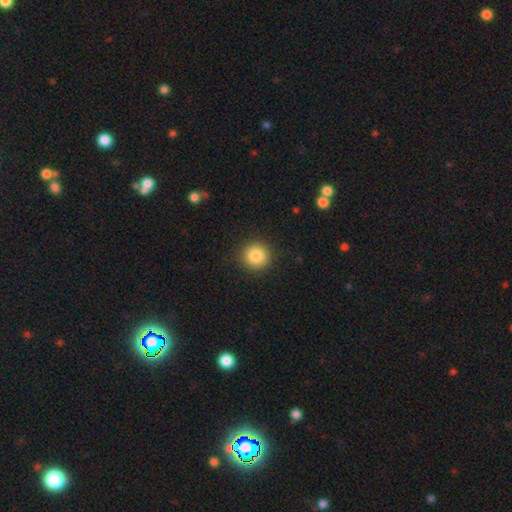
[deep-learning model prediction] smooth 85%, star or artifact 9%, featured or disk 5%. Down the decision tree: how rounded — round (93%); merging — none (91%).